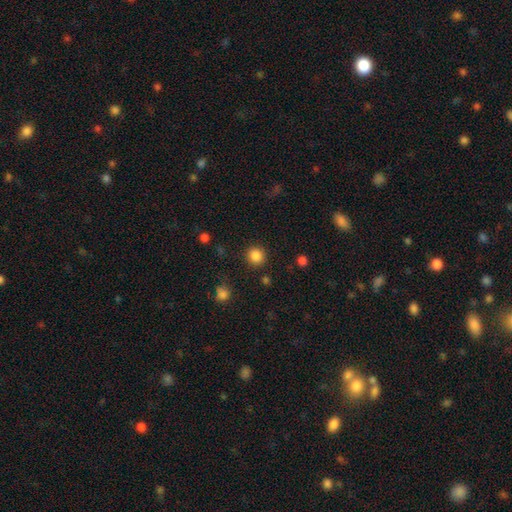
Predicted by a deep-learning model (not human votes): Smooth or featured? Predicted: smooth (p=0.85). How rounded? Predicted: round (p=0.91). Merging? Predicted: none (p=0.90).